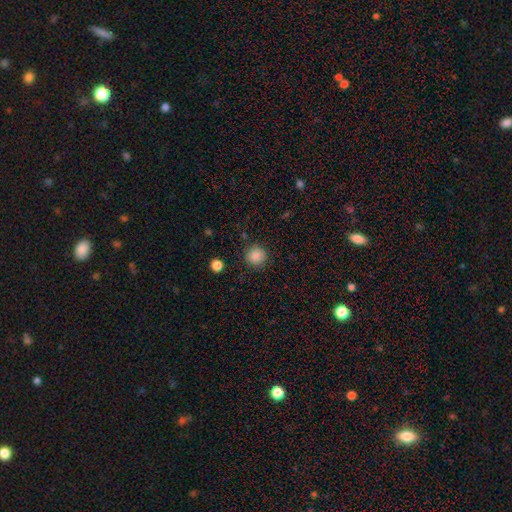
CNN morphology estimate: Smooth or featured? Predicted: smooth (p=0.86). How rounded? Predicted: round (p=0.93). Merging? Predicted: none (p=0.89).